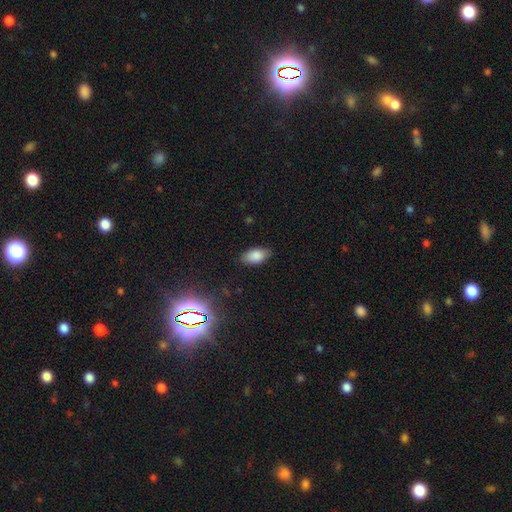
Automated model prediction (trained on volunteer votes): A smooth galaxy with no disk features (84%) that is in between round and cigar-shaped (93%). Merging: none (83%).